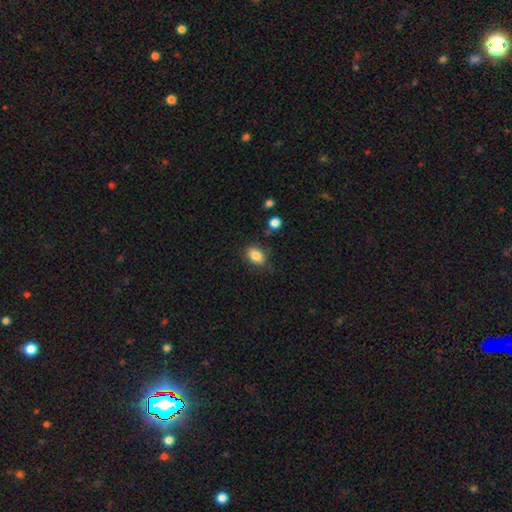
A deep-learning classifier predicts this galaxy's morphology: Smooth or featured?
  - smooth: 85% *
  - star or artifact: 9%
  - featured or disk: 6%
How rounded?
  - in between: 77% *
  - round: 22%
  - cigar-shaped: 1%
Merging?
  - none: 79% *
  - minor disturbance: 15%
  - major disturbance: 4%
  - merger: 3%